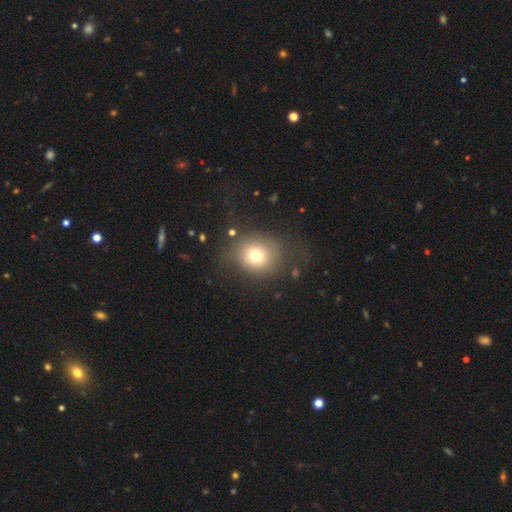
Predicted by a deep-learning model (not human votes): A smooth galaxy with no disk features (72%) that is round (78%).

Vote fractions:
- Smooth or featured? smooth: 72% / star or artifact: 14% / featured or disk: 14%
- How rounded? round: 78% / in between: 21% / cigar-shaped: 1%
- Merging? none: 69% / minor disturbance: 16% / major disturbance: 13% / merger: 2%